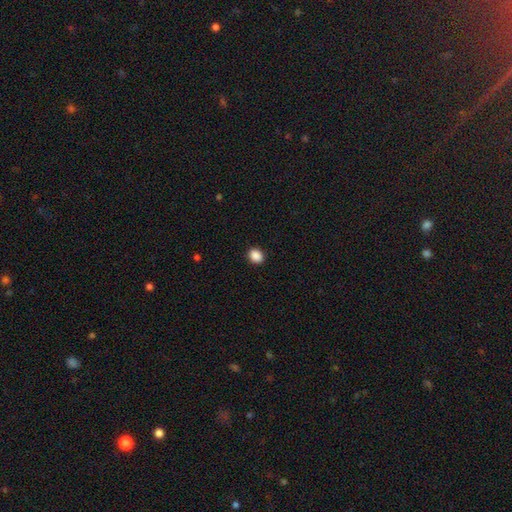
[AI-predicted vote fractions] Morphology: type=smooth (89%); roundness=in between (50%); merging=none (90%).